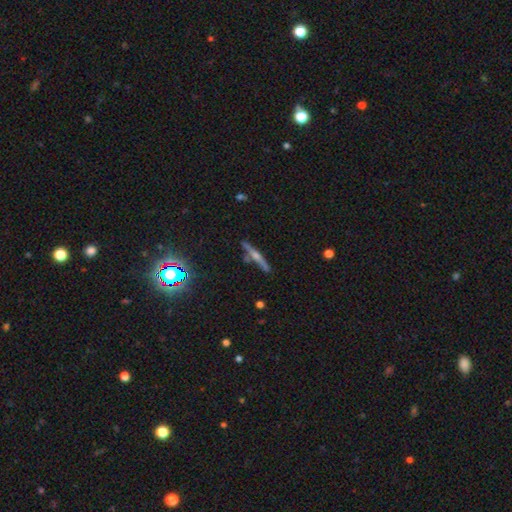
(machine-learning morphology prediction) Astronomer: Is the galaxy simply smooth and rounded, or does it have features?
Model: featured or disk — 65%.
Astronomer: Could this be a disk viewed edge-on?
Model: yes — 96%.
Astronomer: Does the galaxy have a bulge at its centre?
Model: rounded — 84%.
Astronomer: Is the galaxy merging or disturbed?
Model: none — 83%.